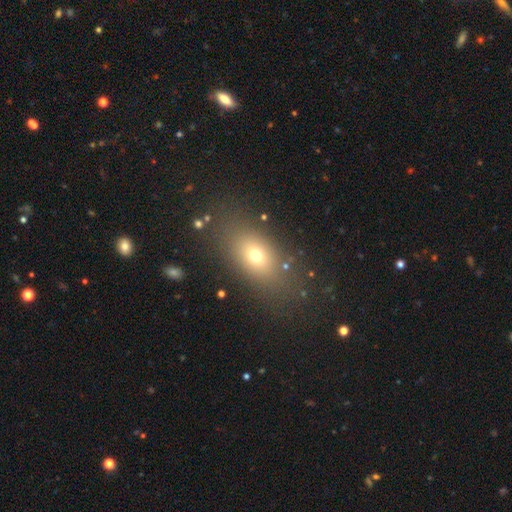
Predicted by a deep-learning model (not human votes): Overall: smooth (69%). How rounded: in between (75%). Merging: none (80%).